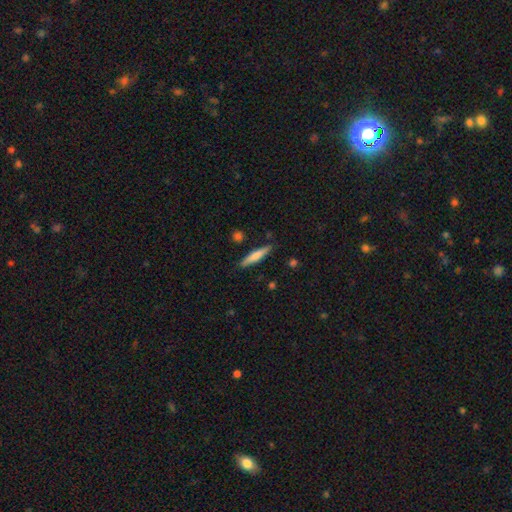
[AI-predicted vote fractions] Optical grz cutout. It shows a smooth galaxy with no disk features (65%) that is cigar-shaped (88%). Merging: none (87%).